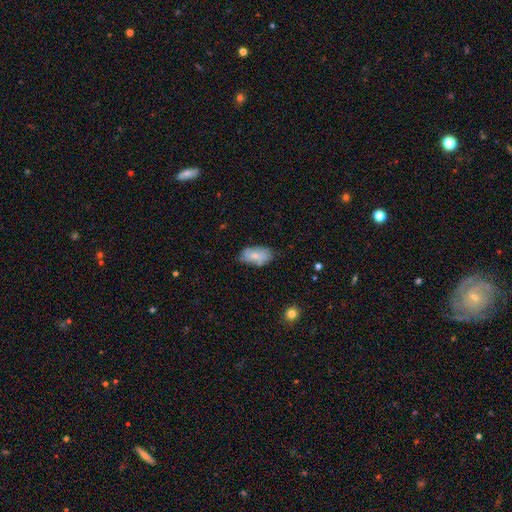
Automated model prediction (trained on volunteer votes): Smooth or featured? Predicted: smooth (p=0.73). How rounded? Predicted: in between (p=0.94). Merging? Predicted: none (p=0.67).